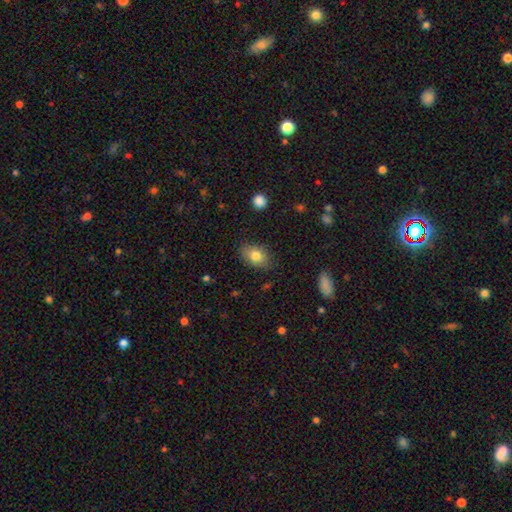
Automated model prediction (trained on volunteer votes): Q: Smooth or featured?
A: smooth (79%); runner-up: featured or disk (12%)
Q: How rounded?
A: in between (78%); runner-up: round (20%)
Q: Merging?
A: none (82%); runner-up: minor disturbance (14%)